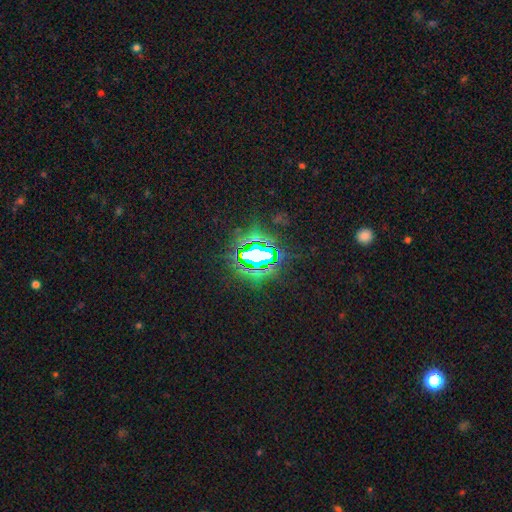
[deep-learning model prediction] Smooth or featured? star or artifact (77%)